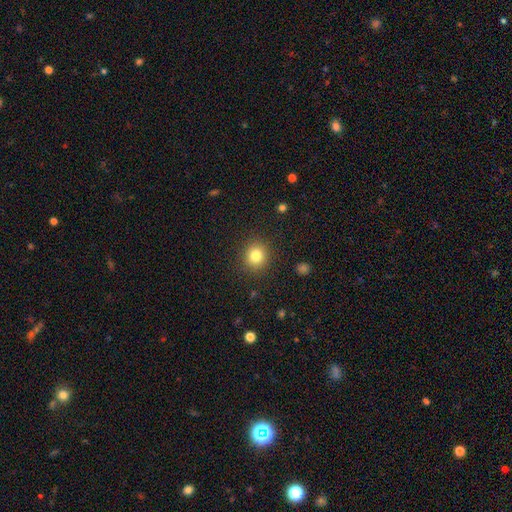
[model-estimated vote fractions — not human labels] smooth-or-featured: smooth: 82% | star or artifact: 12% | featured or disk: 7%
  how-rounded: round: 86% | in between: 13% | cigar-shaped: 1%
  merging: none: 89% | minor disturbance: 7% | major disturbance: 3% | merger: 1%